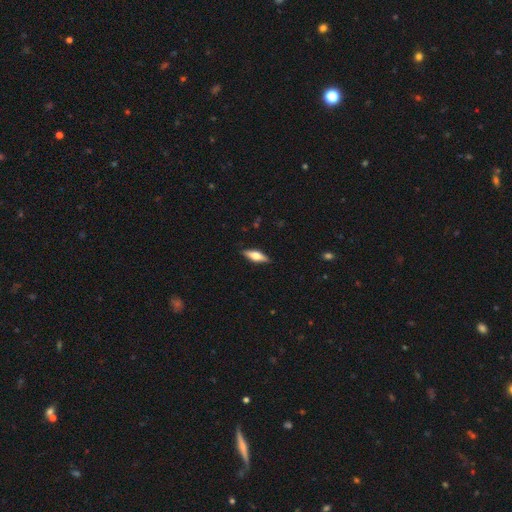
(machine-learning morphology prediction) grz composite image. It shows a featured or disk galaxy (48%). Merging: none (88%).